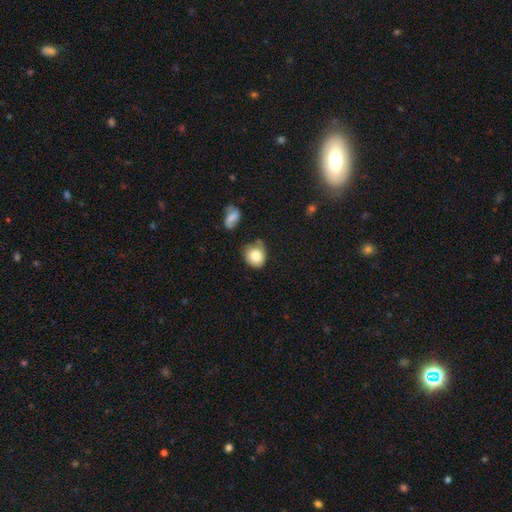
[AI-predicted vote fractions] smooth_or_featured: smooth (p=0.82) [alt: featured or disk p=0.09]
how_rounded: round (p=0.72) [alt: in between p=0.27]
merging: none (p=0.57) [alt: minor disturbance p=0.30]